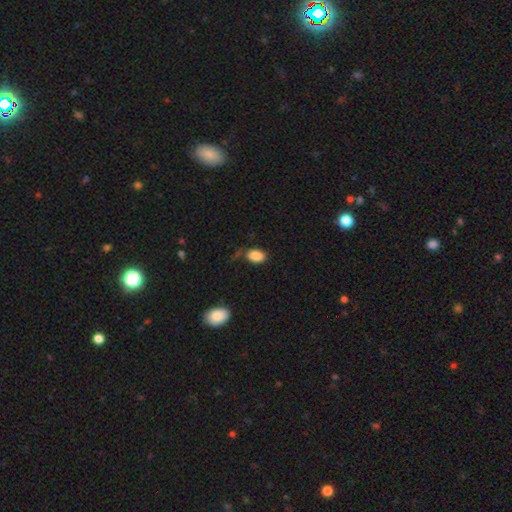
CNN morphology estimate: A smooth galaxy with no disk features (87%) that is in between round and cigar-shaped (89%).

Vote fractions:
- Smooth or featured? smooth: 87% / star or artifact: 8% / featured or disk: 5%
- How rounded? in between: 89% / round: 10% / cigar-shaped: 2%
- Merging? none: 67% / minor disturbance: 22% / major disturbance: 7% / merger: 4%